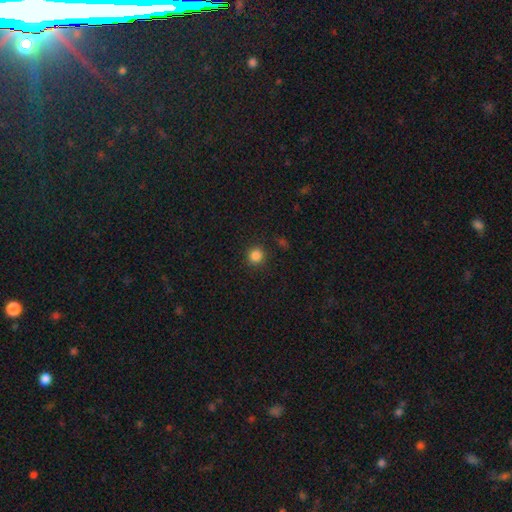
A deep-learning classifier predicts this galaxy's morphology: Overall: smooth (84%). How rounded: round (92%). Merging: none (90%).